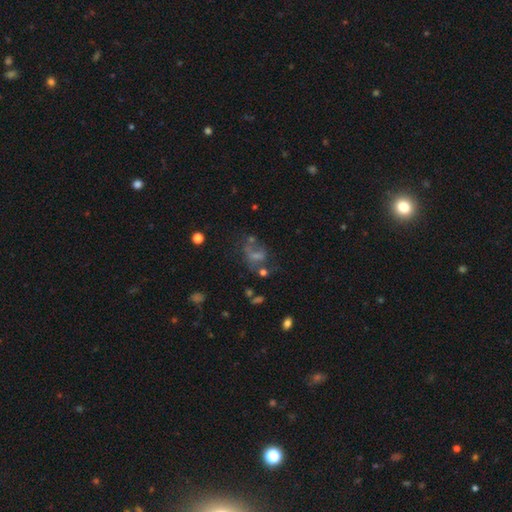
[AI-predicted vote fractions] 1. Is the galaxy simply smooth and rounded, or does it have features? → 40% smooth, 36% featured or disk, 24% star or artifact.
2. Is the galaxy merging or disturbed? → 35% none, 31% major disturbance, 18% minor disturbance, 16% merger.